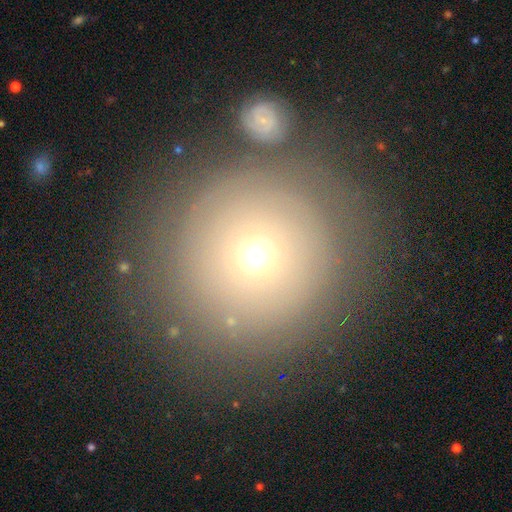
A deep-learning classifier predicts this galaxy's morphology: type=smooth (56%); roundness=round (94%); merging=none (75%).